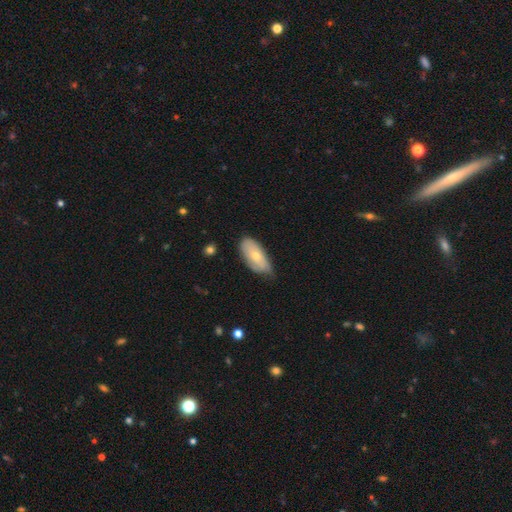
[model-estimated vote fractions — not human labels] smooth_or_featured: smooth (p=0.64) [alt: featured or disk p=0.30]
how_rounded: in between (p=0.91) [alt: cigar-shaped p=0.06]
merging: none (p=0.58) [alt: minor disturbance p=0.35]